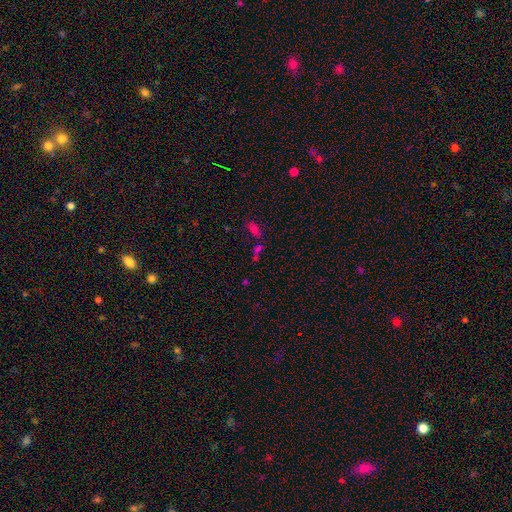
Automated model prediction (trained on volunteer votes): Morphology: type=smooth (48%); merging=none (41%).